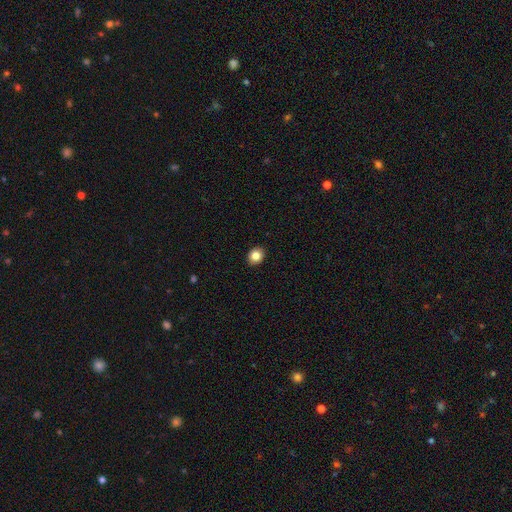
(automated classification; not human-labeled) smooth 84%, star or artifact 9%, featured or disk 6%. Down the decision tree: how rounded — round (60%); merging — none (91%).